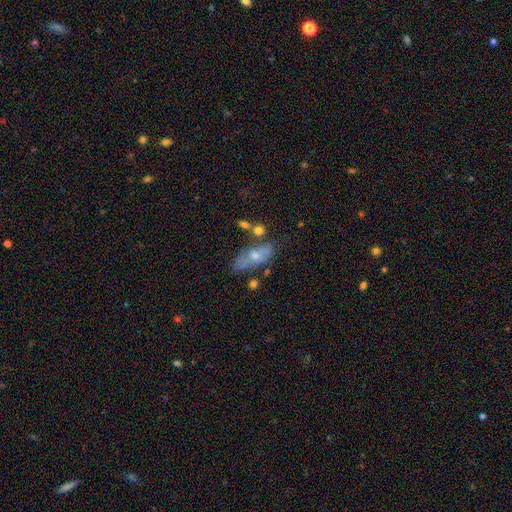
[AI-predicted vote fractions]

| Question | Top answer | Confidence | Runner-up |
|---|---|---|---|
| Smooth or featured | smooth | 54% | featured or disk (38%) |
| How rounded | in between | 80% | cigar-shaped (16%) |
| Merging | none | 52% | minor disturbance (24%) |